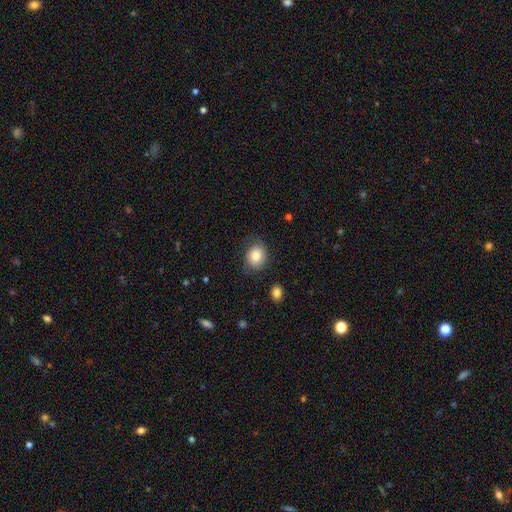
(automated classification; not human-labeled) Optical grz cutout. It shows a smooth galaxy with no disk features (82%) that is round (56%). Merging: none (72%).